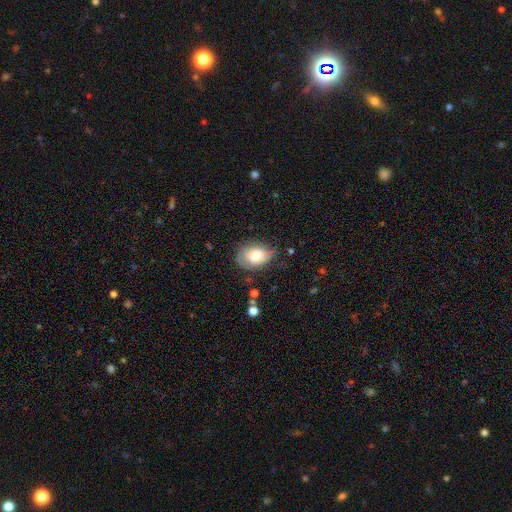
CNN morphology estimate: A smooth galaxy with no disk features (58%) that is in between round and cigar-shaped (74%).

Vote fractions:
- Smooth or featured? smooth: 58% / featured or disk: 33% / star or artifact: 8%
- How rounded? in between: 74% / round: 25% / cigar-shaped: 1%
- Merging? none: 59% / minor disturbance: 29% / major disturbance: 9% / merger: 2%